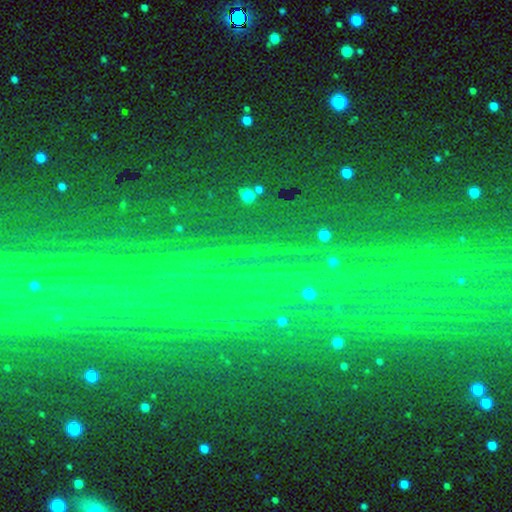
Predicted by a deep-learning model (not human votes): Smooth or featured? Predicted: star or artifact (p=0.83).